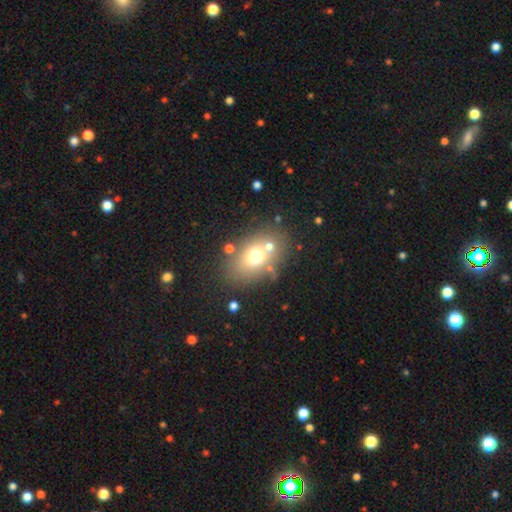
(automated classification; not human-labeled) Overall: smooth (65%). How rounded: in between (71%). Merging: none (66%).